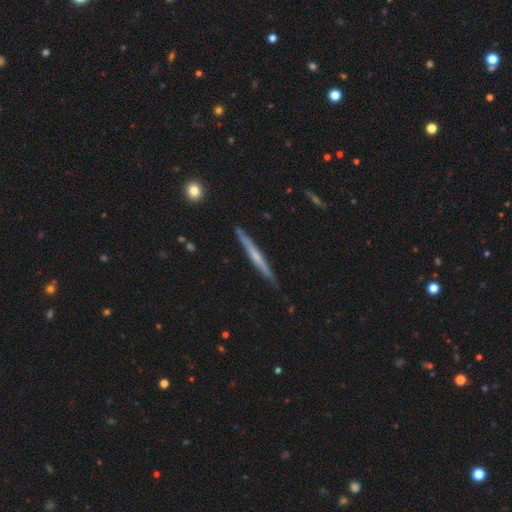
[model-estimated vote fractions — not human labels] This is possibly a featured or disk galaxy (57%). It is clearly viewed edge-on (97%). Edge-on bulge: likely none (68%). Merging: clearly none (88%).